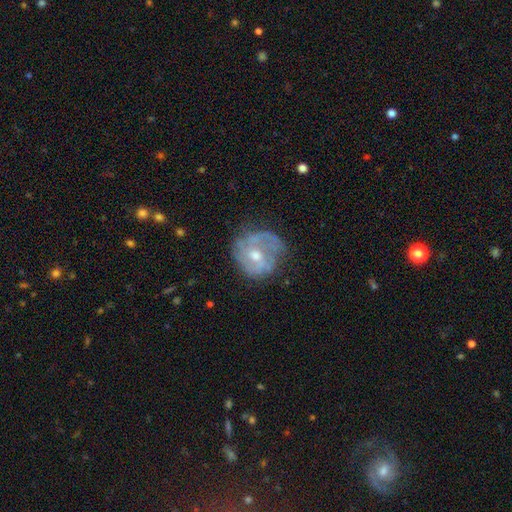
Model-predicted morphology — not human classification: smooth-or-featured: featured or disk: 69% | smooth: 24% | star or artifact: 8%
  disk-edge-on: no: 97% | yes: 3%
    bar: no: 61% | weak: 33% | strong: 6%
    has-spiral-arms: yes: 71% | no: 29%
    bulge-size: moderate: 68% | small: 25% | large: 4% | none: 2% | dominant: 1%
  merging: none: 58% | minor disturbance: 25% | major disturbance: 15% | merger: 2%